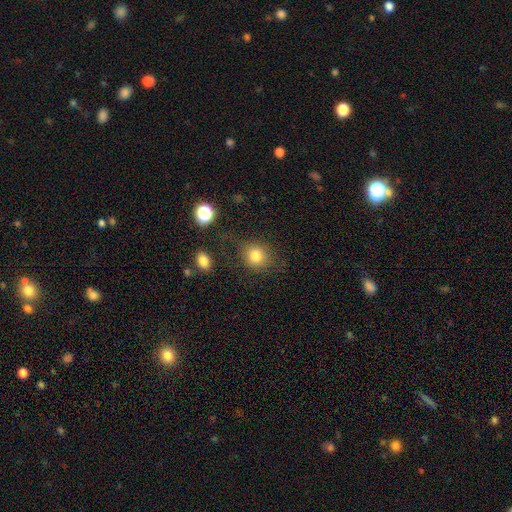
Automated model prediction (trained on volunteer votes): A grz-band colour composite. It shows a smooth galaxy with no disk features (81%) that is round (77%). Merging: none (72%).